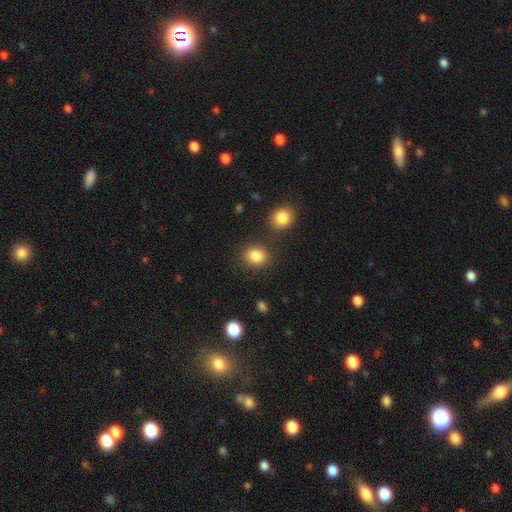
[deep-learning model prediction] Morphology: type=smooth (85%); roundness=round (66%); merging=none (80%).